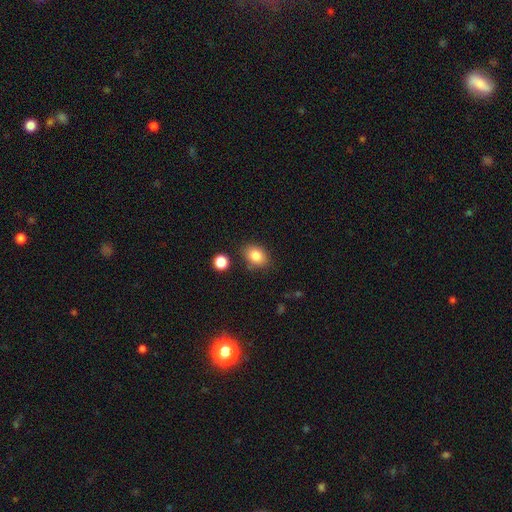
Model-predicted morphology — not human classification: smooth 84%, star or artifact 9%, featured or disk 7%. Down the decision tree: how rounded — in between (73%); merging — none (79%).